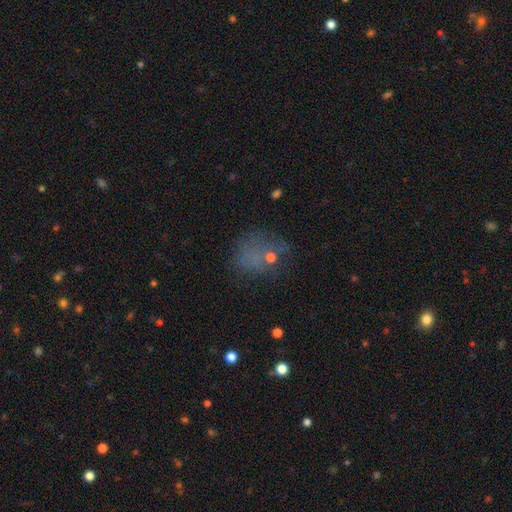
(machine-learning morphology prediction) smooth_or_featured: smooth (p=0.52) [alt: star or artifact p=0.29]
how_rounded: round (p=0.66) [alt: in between p=0.33]
merging: none (p=0.51) [alt: major disturbance p=0.23]